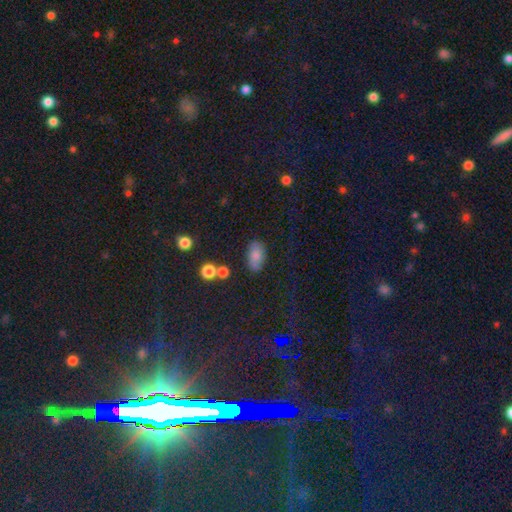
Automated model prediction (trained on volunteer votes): A smooth galaxy with no disk features (79%) that is in between round and cigar-shaped (91%).

Vote fractions:
- Smooth or featured? smooth: 79% / featured or disk: 11% / star or artifact: 10%
- How rounded? in between: 91% / round: 6% / cigar-shaped: 3%
- Merging? none: 73% / minor disturbance: 18% / major disturbance: 5% / merger: 4%